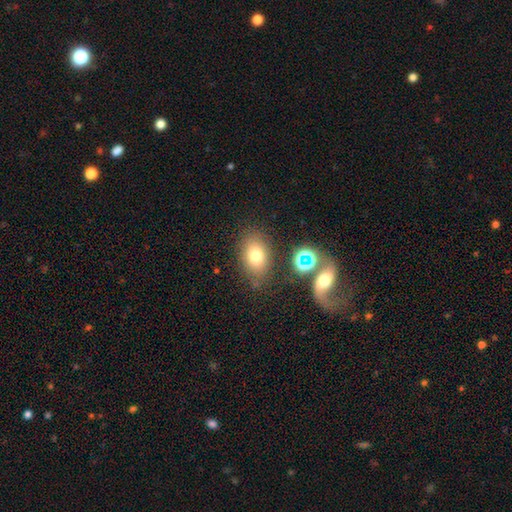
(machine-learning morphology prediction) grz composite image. It shows a smooth galaxy with no disk features (74%) that is in between round and cigar-shaped (77%). Merging: none (77%).